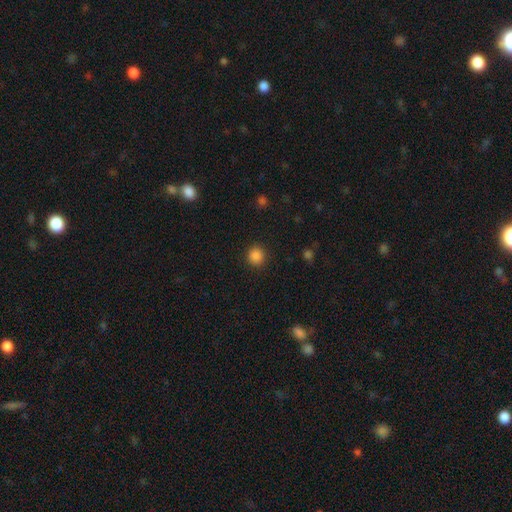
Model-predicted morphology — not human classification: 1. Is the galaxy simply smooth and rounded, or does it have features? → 86% smooth, 11% star or artifact, 3% featured or disk.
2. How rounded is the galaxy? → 91% round, 8% in between, 1% cigar-shaped.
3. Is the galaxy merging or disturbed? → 91% none, 6% minor disturbance, 2% major disturbance, 1% merger.